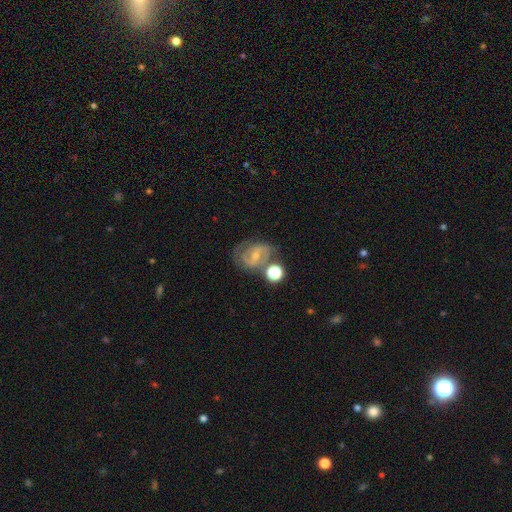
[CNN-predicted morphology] Smooth or featured: featured or disk — 73% (smooth — 17%)
Edge-on disk: no — 96% (yes — 4%)
Bar: weak — 44% (strong — 32%)
Spiral arms: yes — 87% (no — 13%)
Spiral winding: medium — 49% (tight — 35%)
Spiral arm count: 2 — 79% (can't tell — 12%)
Bulge size: small — 52% (moderate — 43%)
Merging: none — 60% (minor disturbance — 18%)